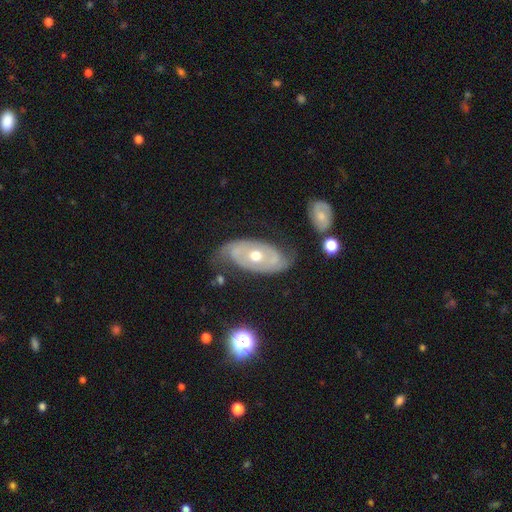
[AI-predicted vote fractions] Overall: featured or disk (78%). Edge-on disk: no (92%). Bar: no (83%). Spiral arms: yes (71%). Spiral arm count: 2 (59%; can't tell 28%). Spiral winding: tight (62%; medium 27%). Bulge size: moderate (76%). Merging: none (66%).